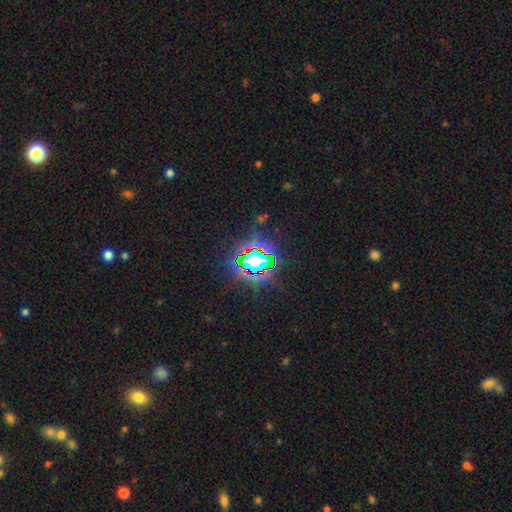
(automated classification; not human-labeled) Q: Smooth or featured?
A: star or artifact (82%); runner-up: smooth (11%)